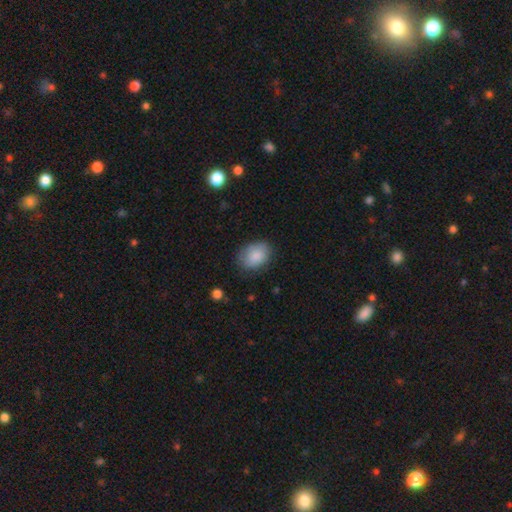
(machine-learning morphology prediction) A smooth galaxy with no disk features (86%) that is in between round and cigar-shaped (76%).

Vote fractions:
- Smooth or featured? smooth: 86% / featured or disk: 7% / star or artifact: 7%
- How rounded? in between: 76% / round: 23% / cigar-shaped: 1%
- Merging? none: 77% / minor disturbance: 18% / major disturbance: 4% / merger: 1%